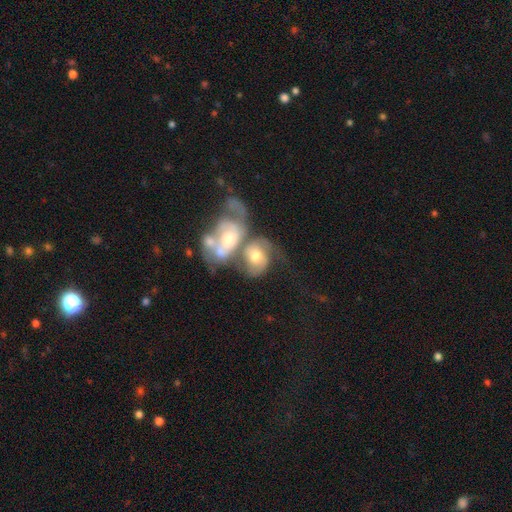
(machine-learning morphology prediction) featured or disk 65%, smooth 28%, star or artifact 8%. Down the decision tree: edge-on disk — no (96%); bar — no (73%); spiral arms — yes (73%); bulge size — moderate (67%); merging — merger (66%).